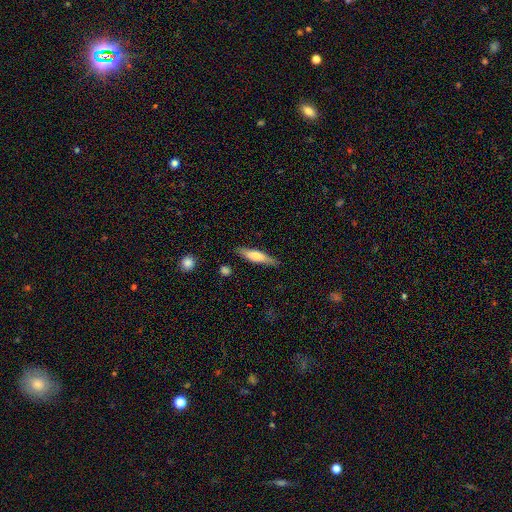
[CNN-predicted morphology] Smooth or featured?
  - smooth: 59% *
  - featured or disk: 35%
  - star or artifact: 6%
How rounded?
  - cigar-shaped: 79% *
  - in between: 19%
  - round: 2%
Merging?
  - none: 85% *
  - minor disturbance: 11%
  - major disturbance: 2%
  - merger: 2%